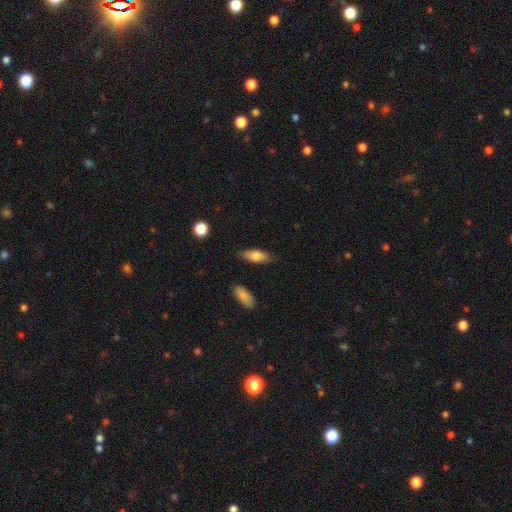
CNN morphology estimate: smooth-or-featured: smooth: 77% | featured or disk: 17% | star or artifact: 6%
  how-rounded: in between: 74% | cigar-shaped: 23% | round: 3%
  merging: none: 79% | minor disturbance: 16% | major disturbance: 3% | merger: 2%